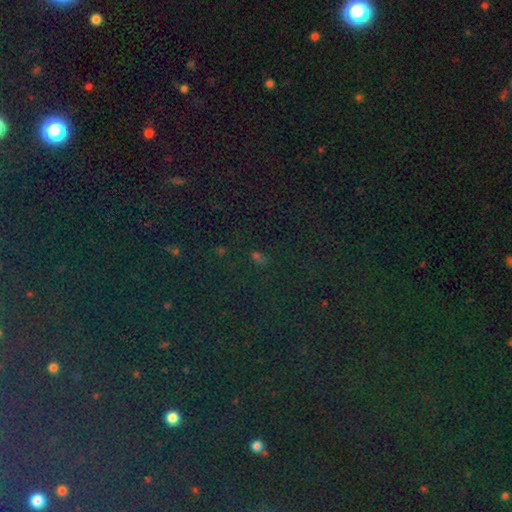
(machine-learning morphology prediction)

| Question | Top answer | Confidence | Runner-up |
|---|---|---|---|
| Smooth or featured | star or artifact | 59% | smooth (31%) |